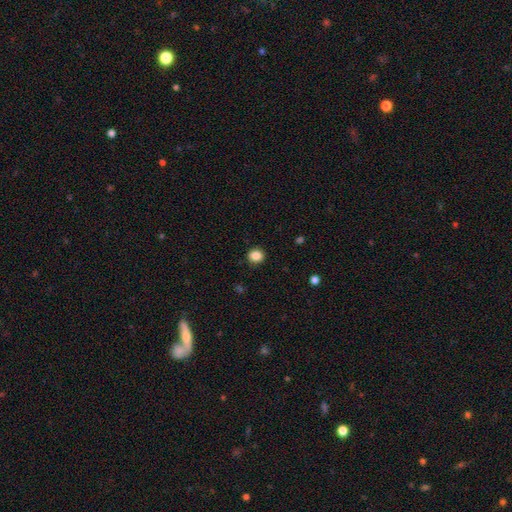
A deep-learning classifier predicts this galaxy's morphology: Smooth or featured: smooth — 86% (star or artifact — 10%)
How rounded: round — 78% (in between — 21%)
Merging: none — 90% (minor disturbance — 7%)